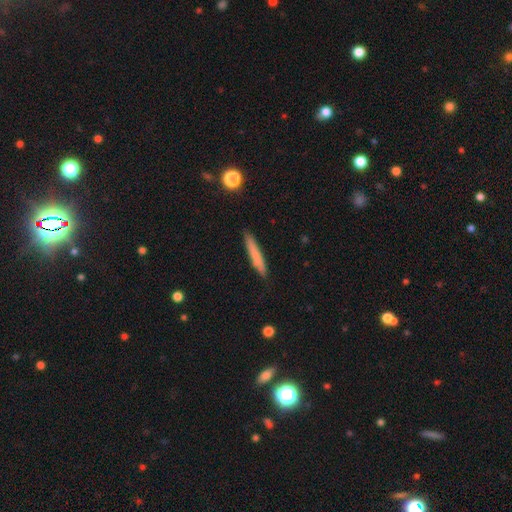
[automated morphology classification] A smooth galaxy with no disk features (75%) that is cigar-shaped (94%). Merging: none (88%).